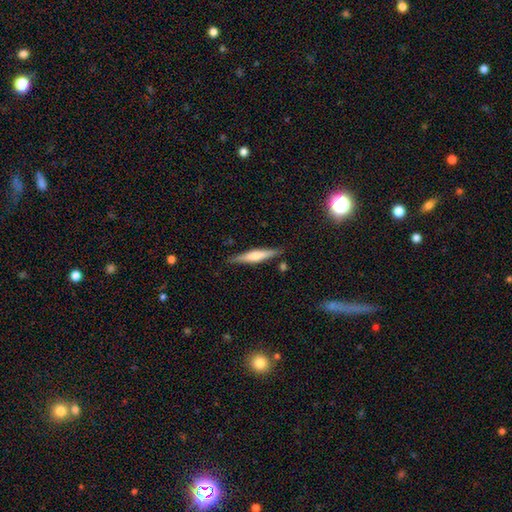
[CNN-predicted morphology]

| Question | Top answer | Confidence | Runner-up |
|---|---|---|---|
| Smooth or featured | featured or disk | 50% | smooth (44%) |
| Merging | none | 85% | minor disturbance (10%) |